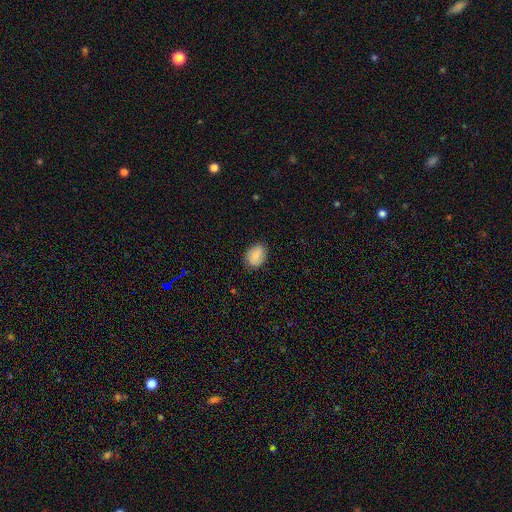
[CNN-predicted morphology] Smooth or featured: smooth — 83% (featured or disk — 10%)
How rounded: in between — 67% (round — 32%)
Merging: none — 81% (minor disturbance — 15%)